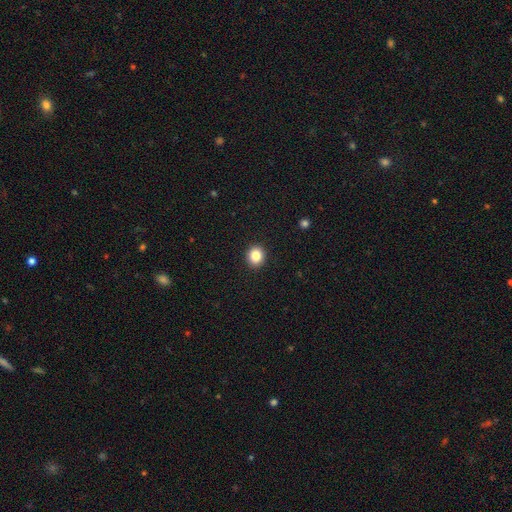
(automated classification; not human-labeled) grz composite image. It shows a smooth galaxy with no disk features (85%) that is round (79%). Merging: none (92%).